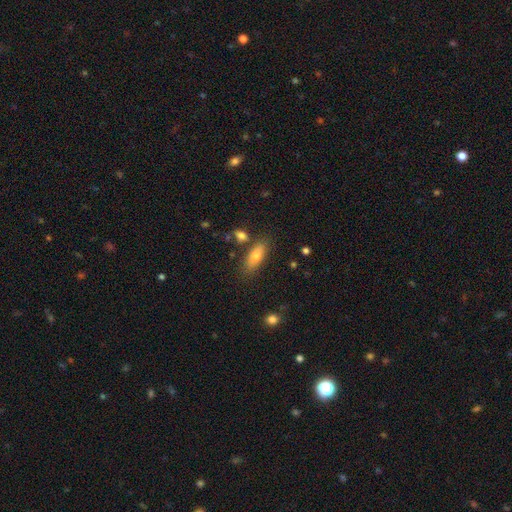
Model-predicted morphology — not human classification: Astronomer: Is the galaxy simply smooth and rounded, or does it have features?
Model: smooth — 71%.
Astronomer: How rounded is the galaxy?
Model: in between — 71%.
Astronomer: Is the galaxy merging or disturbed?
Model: none — 76%.